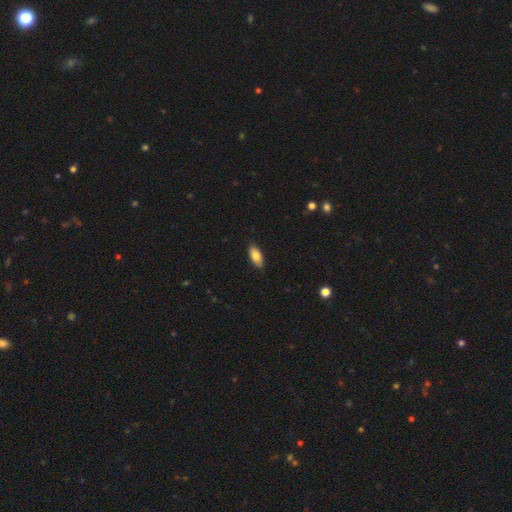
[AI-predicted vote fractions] Smooth or featured: smooth — 82% (featured or disk — 12%)
How rounded: in between — 88% (cigar-shaped — 9%)
Merging: none — 86% (minor disturbance — 11%)